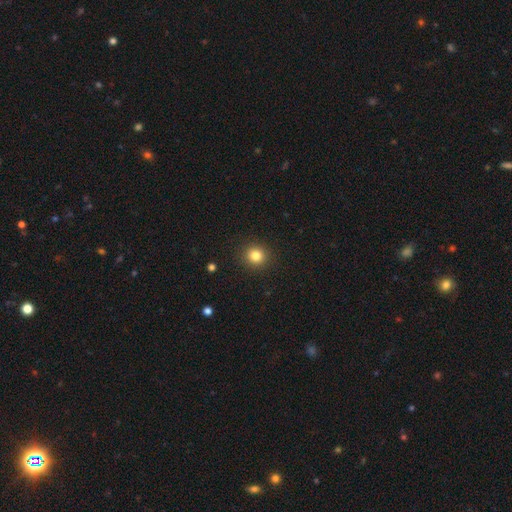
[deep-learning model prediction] This is clearly a smooth galaxy (83%). How rounded: clearly round (90%). Merging: clearly none (91%).